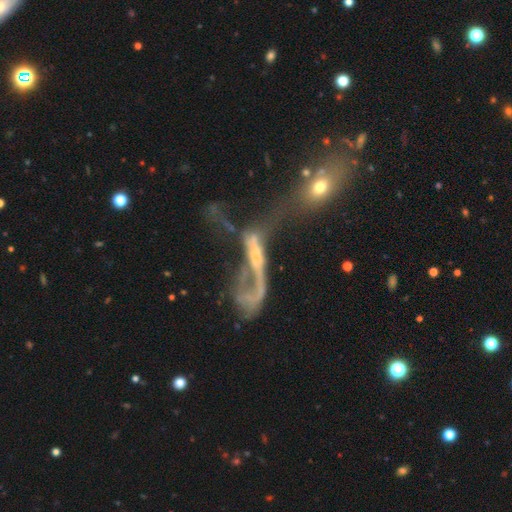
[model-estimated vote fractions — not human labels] smooth_or_featured: featured or disk (p=0.66) [alt: smooth p=0.22]
disk_edge_on: no (p=0.80) [alt: yes p=0.20]
bar: no (p=0.66) [alt: weak p=0.20]
has_spiral_arms: no (p=0.54) [alt: yes p=0.46]
bulge_size: none (p=0.35) [alt: small p=0.30]
merging: merger (p=0.50) [alt: major disturbance p=0.35]